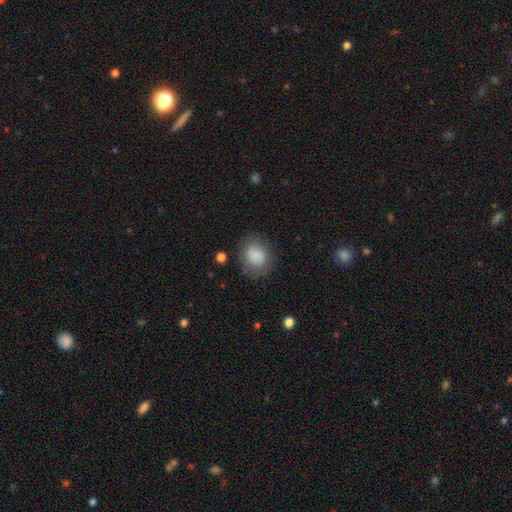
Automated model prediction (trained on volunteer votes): Morphology: type=smooth (84%); roundness=round (57%); merging=none (74%).